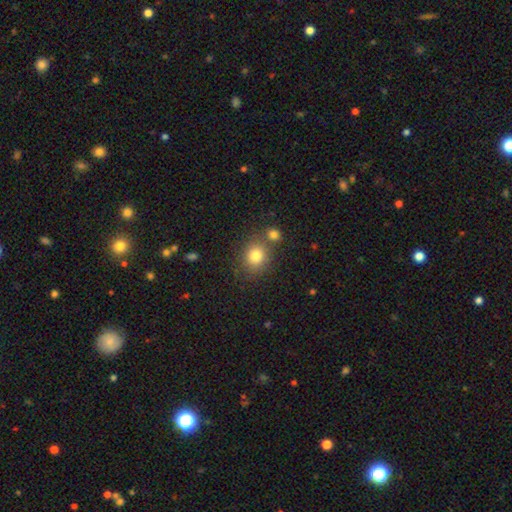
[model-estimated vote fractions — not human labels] Smooth or featured? Predicted: smooth (p=0.80). How rounded? Predicted: round (p=0.76). Merging? Predicted: none (p=0.70).